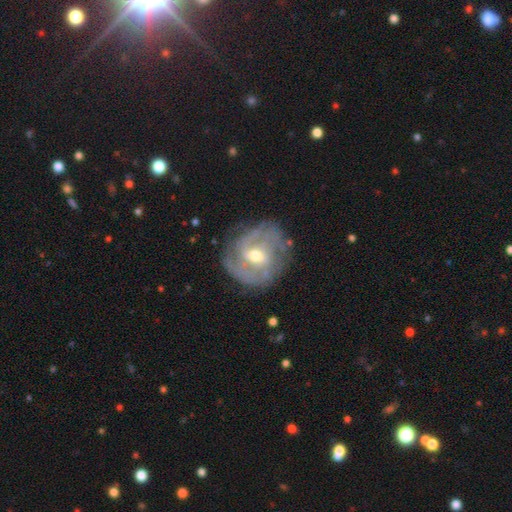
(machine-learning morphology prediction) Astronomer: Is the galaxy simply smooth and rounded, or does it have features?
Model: featured or disk — 81%.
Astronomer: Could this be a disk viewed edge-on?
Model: no — 97%.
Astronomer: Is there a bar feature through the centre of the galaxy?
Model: weak — 51% (runner-up: no, 34%).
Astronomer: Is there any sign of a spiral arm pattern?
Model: yes — 89%.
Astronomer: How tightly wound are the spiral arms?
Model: tight — 51% (runner-up: medium, 36%).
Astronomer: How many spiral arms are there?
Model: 2 — 40% (runner-up: can't tell, 30%).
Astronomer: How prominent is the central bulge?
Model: moderate — 58% (runner-up: small, 38%).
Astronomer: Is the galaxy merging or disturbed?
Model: none — 75%.